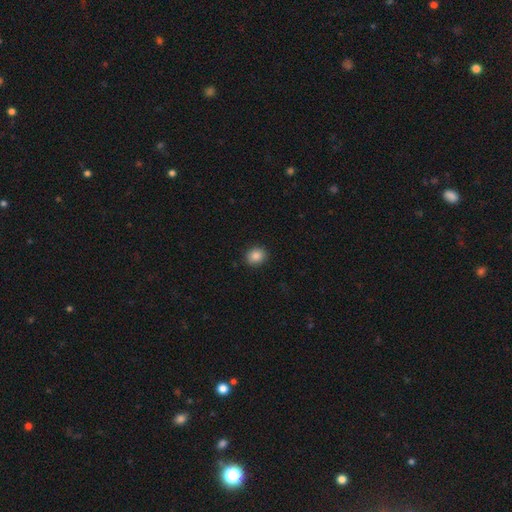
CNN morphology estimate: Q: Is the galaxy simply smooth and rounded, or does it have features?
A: smooth — 86%.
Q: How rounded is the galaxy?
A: round — 68%.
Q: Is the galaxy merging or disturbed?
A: none — 90%.